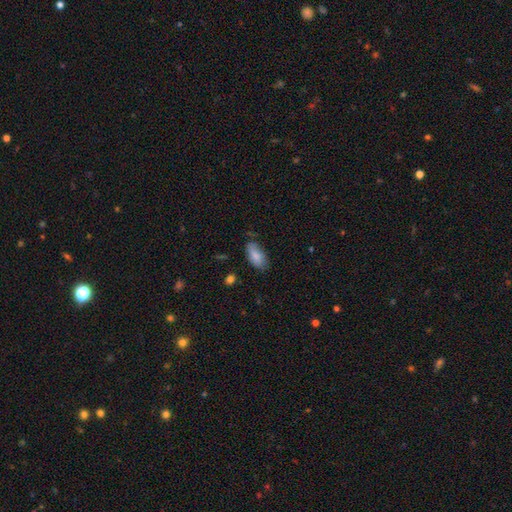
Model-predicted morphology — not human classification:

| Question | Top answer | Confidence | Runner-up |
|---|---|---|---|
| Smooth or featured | smooth | 82% | featured or disk (11%) |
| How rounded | in between | 91% | cigar-shaped (6%) |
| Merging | none | 70% | minor disturbance (24%) |